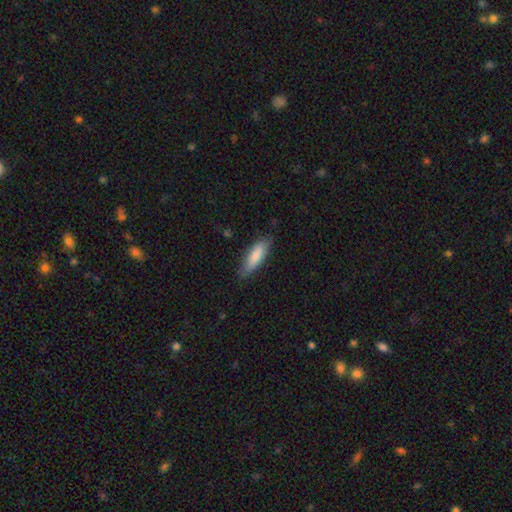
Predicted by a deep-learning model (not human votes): Smooth or featured? Predicted: smooth (p=0.82). How rounded? Predicted: in between (p=0.50). Merging? Predicted: none (p=0.76).